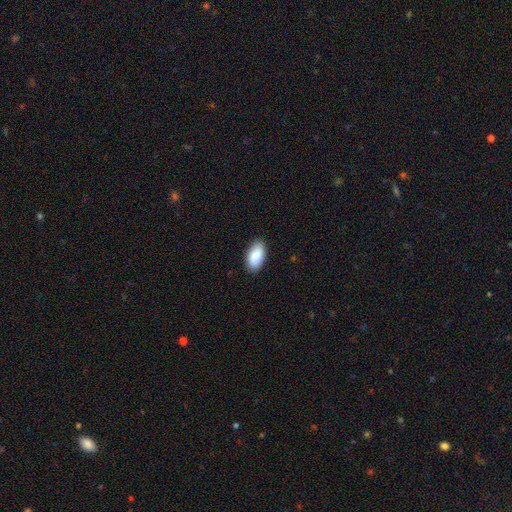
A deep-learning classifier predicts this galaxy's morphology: Smooth or featured? smooth (88%)
How rounded? in between (95%)
Merging? none (86%)